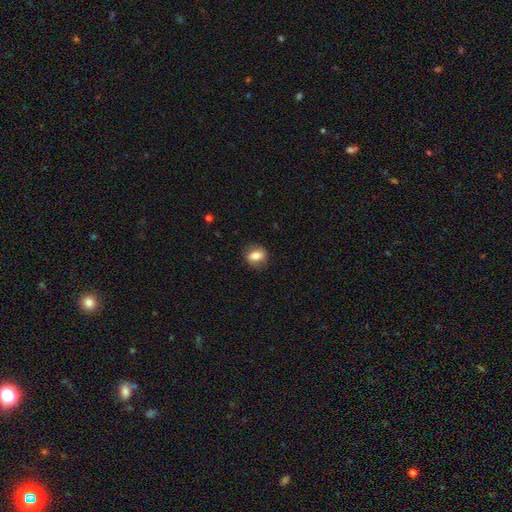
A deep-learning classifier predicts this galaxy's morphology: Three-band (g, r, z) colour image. It shows a smooth galaxy with no disk features (74%) that is in between round and cigar-shaped (59%). Merging: none (83%).